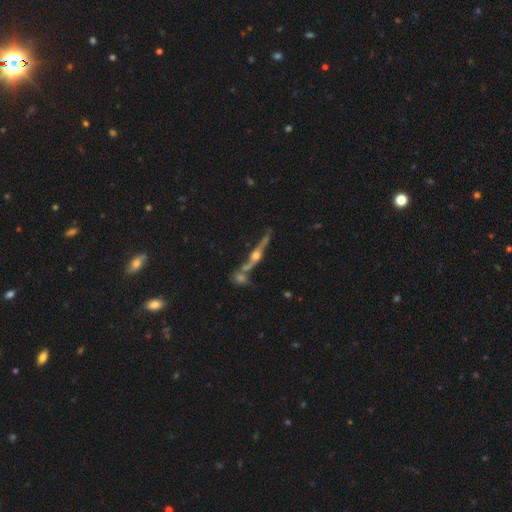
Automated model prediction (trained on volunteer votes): Smooth or featured? Predicted: featured or disk (p=0.84). Edge-on disk? Predicted: yes (p=0.97). Edge-on bulge? Predicted: rounded (p=0.95). Merging? Predicted: none (p=0.67).